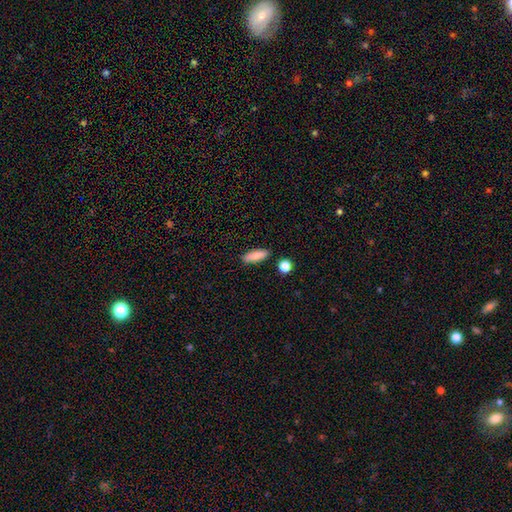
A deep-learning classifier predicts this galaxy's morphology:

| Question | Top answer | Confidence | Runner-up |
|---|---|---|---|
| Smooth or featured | smooth | 86% | featured or disk (7%) |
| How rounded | in between | 51% | cigar-shaped (45%) |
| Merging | none | 86% | minor disturbance (9%) |